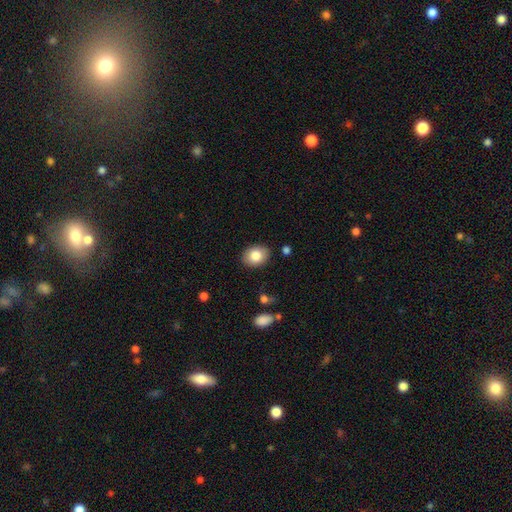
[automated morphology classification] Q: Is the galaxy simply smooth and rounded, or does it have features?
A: smooth — 83%.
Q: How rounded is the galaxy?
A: in between — 62%.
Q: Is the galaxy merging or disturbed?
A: none — 87%.